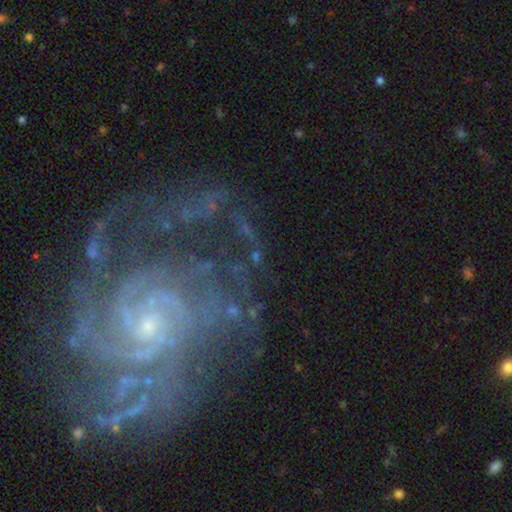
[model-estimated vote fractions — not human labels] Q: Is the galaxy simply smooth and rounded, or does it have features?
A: featured or disk — 54%.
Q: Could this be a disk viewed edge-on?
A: no — 90%.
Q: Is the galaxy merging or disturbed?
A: none — 65%.